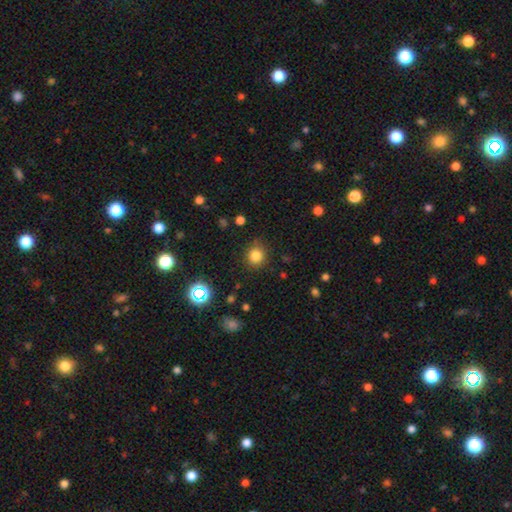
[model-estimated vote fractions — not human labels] smooth-or-featured: smooth: 81% | star or artifact: 14% | featured or disk: 5%
  how-rounded: round: 89% | in between: 10% | cigar-shaped: 1%
  merging: none: 84% | minor disturbance: 11% | major disturbance: 4% | merger: 2%